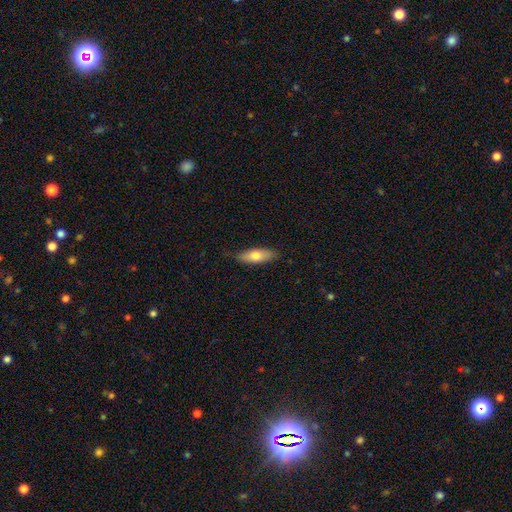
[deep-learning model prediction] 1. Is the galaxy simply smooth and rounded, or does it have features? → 71% smooth, 23% featured or disk, 6% star or artifact.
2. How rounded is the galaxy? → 62% in between, 36% cigar-shaped, 2% round.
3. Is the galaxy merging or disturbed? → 81% none, 15% minor disturbance, 3% major disturbance, 1% merger.